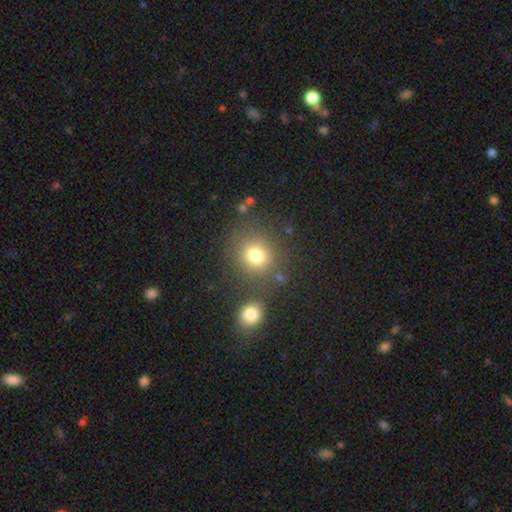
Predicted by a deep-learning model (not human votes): A smooth galaxy with no disk features (77%) that is round (83%).

Vote fractions:
- Smooth or featured? smooth: 77% / star or artifact: 14% / featured or disk: 9%
- How rounded? round: 83% / in between: 16% / cigar-shaped: 1%
- Merging? none: 74% / merger: 11% / minor disturbance: 10% / major disturbance: 5%